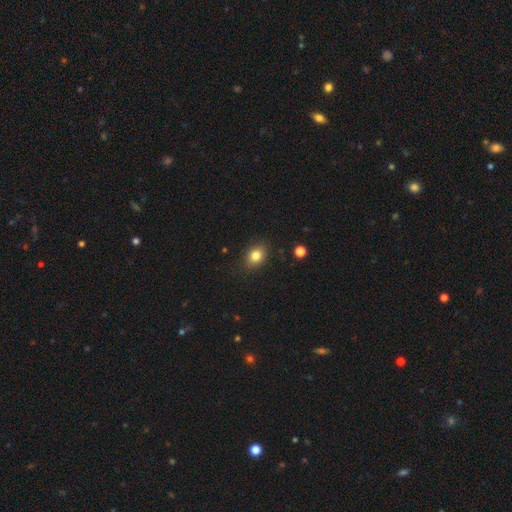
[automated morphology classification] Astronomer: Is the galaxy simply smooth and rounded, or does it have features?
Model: smooth — 82%.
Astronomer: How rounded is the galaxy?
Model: in between — 54% (runner-up: round, 45%).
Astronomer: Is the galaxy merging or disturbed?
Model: none — 85%.